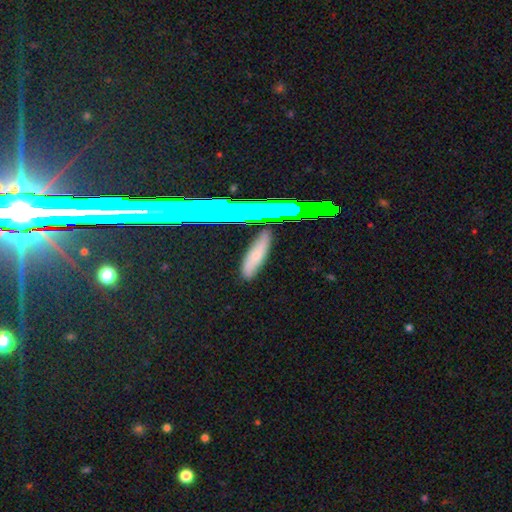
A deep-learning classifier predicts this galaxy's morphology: smooth 61%, featured or disk 22%, star or artifact 18%. Down the decision tree: how rounded — cigar-shaped (61%); merging — none (79%).